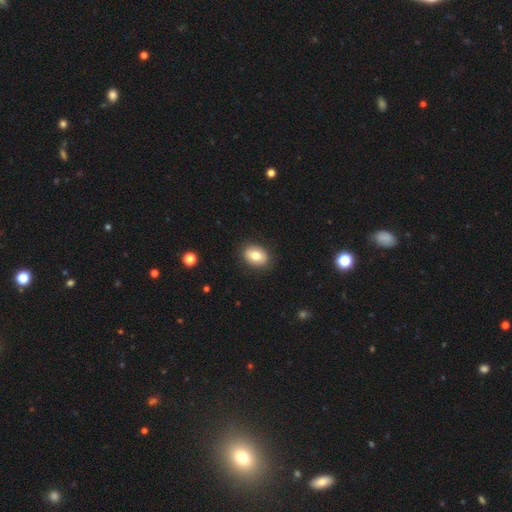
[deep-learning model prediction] A smooth galaxy with no disk features (78%) that is in between round and cigar-shaped (73%).

Vote fractions:
- Smooth or featured? smooth: 78% / featured or disk: 14% / star or artifact: 8%
- How rounded? in between: 73% / round: 26% / cigar-shaped: 1%
- Merging? none: 88% / minor disturbance: 9% / major disturbance: 2% / merger: 1%